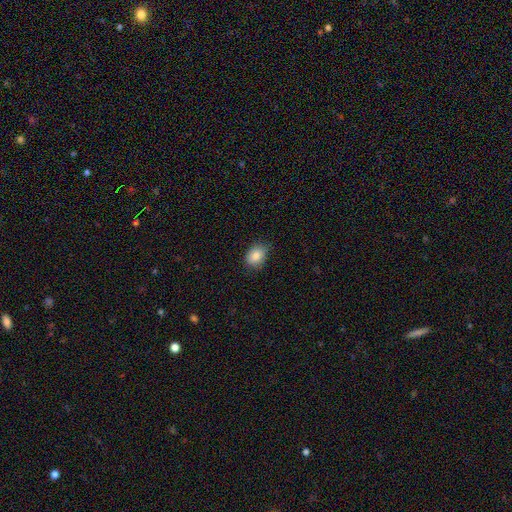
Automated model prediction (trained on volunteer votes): Smooth or featured? smooth (85%)
How rounded? in between (68%)
Merging? none (76%)